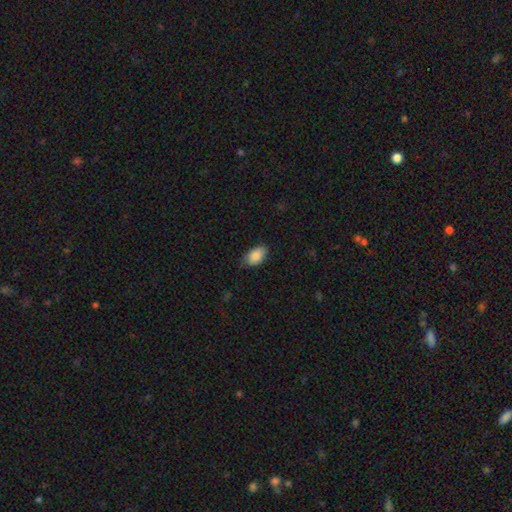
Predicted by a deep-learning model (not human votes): Smooth or featured: smooth — 87% (star or artifact — 7%)
How rounded: in between — 92% (round — 6%)
Merging: none — 73% (minor disturbance — 22%)